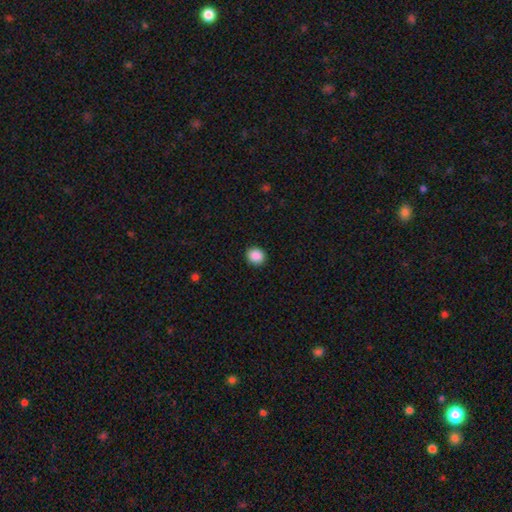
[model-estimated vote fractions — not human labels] Smooth or featured? Predicted: smooth (p=0.89). How rounded? Predicted: round (p=0.81). Merging? Predicted: none (p=0.91).